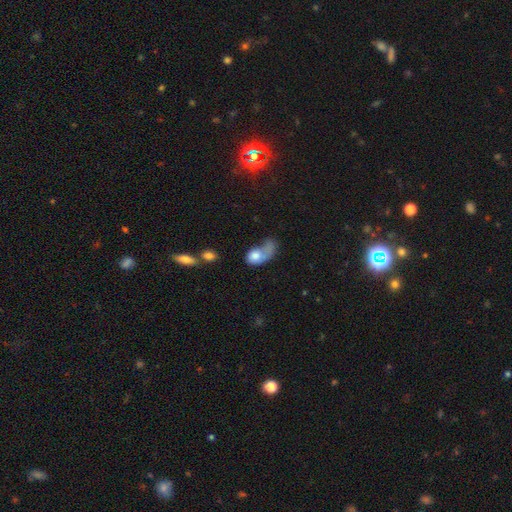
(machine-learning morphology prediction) Smooth or featured? Predicted: smooth (p=0.62). How rounded? Predicted: in between (p=0.76). Merging? Predicted: major disturbance (p=0.52).